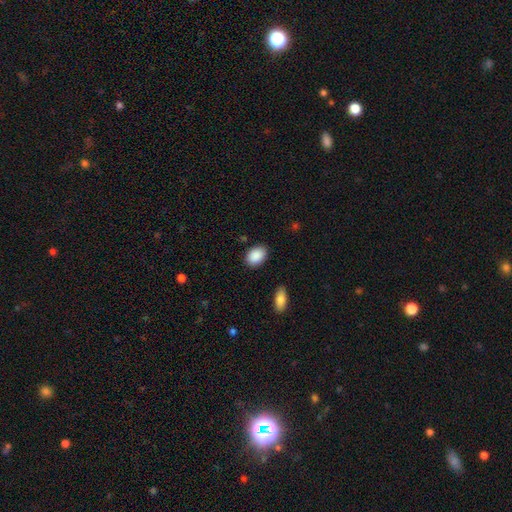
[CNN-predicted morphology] Q: Smooth or featured?
A: smooth (90%); runner-up: star or artifact (7%)
Q: How rounded?
A: in between (82%); runner-up: round (17%)
Q: Merging?
A: none (85%); runner-up: minor disturbance (10%)